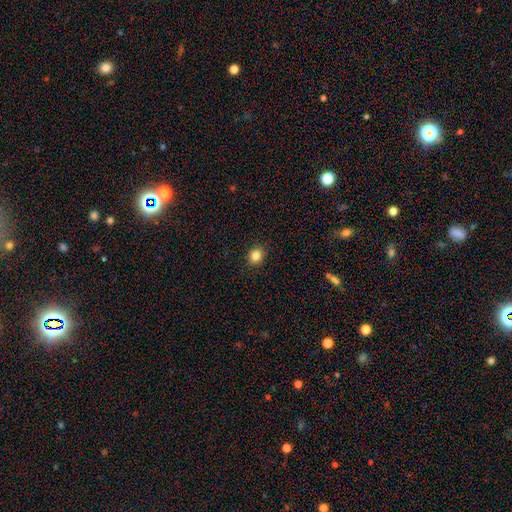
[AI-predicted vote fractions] smooth 84%, star or artifact 11%, featured or disk 5%. Down the decision tree: how rounded — round (77%); merging — none (90%).